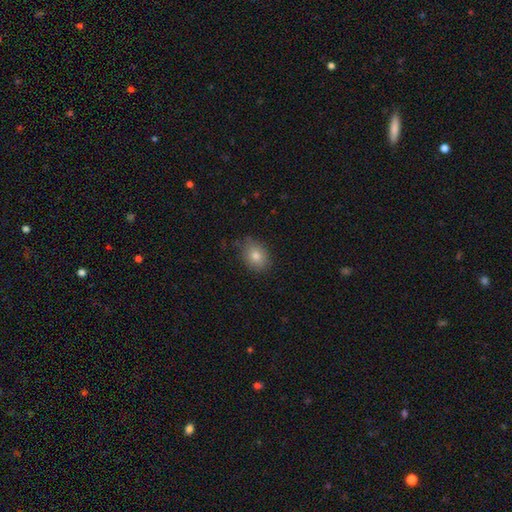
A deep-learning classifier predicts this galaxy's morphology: Smooth or featured? Predicted: smooth (p=0.79). How rounded? Predicted: in between (p=0.58). Merging? Predicted: none (p=0.78).